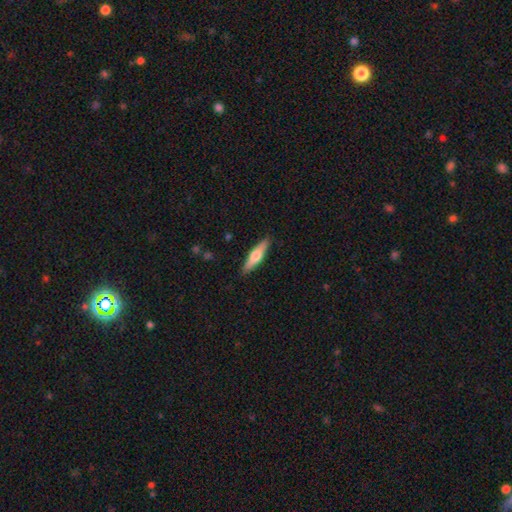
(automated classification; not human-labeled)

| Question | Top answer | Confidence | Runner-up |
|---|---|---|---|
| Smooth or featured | smooth | 49% | featured or disk (45%) |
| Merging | none | 89% | minor disturbance (8%) |